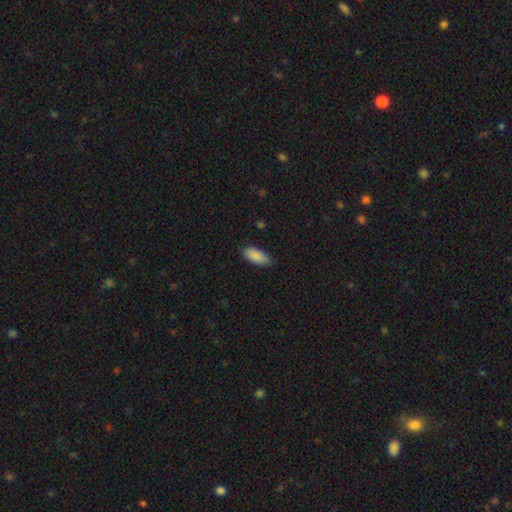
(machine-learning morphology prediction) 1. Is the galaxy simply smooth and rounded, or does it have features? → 88% smooth, 6% star or artifact, 6% featured or disk.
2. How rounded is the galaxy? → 87% in between, 11% cigar-shaped, 2% round.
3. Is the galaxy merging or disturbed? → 86% none, 11% minor disturbance, 2% major disturbance, 1% merger.